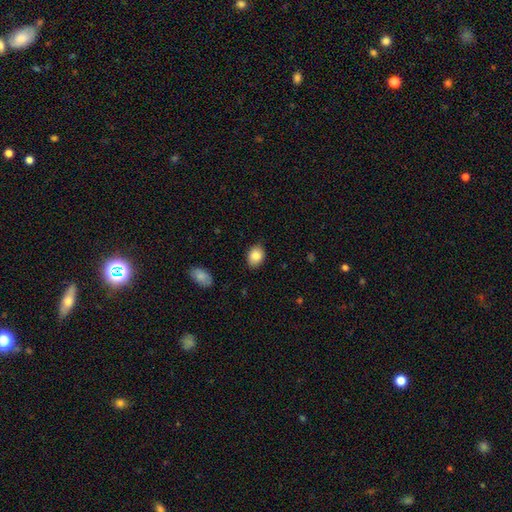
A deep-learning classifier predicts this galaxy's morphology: A smooth galaxy with no disk features (86%) that is in between round and cigar-shaped (70%).

Vote fractions:
- Smooth or featured? smooth: 86% / star or artifact: 8% / featured or disk: 6%
- How rounded? in between: 70% / round: 29% / cigar-shaped: 1%
- Merging? none: 84% / minor disturbance: 12% / major disturbance: 2% / merger: 1%